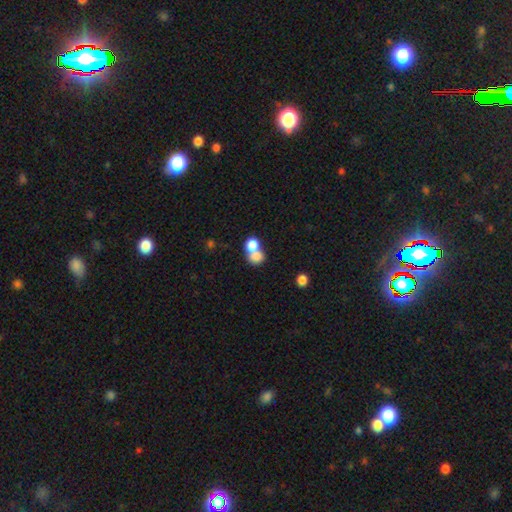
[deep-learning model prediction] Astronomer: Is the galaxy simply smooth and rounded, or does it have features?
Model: smooth — 77%.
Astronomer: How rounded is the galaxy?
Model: round — 67%.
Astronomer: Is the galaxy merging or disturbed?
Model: merger — 65%.